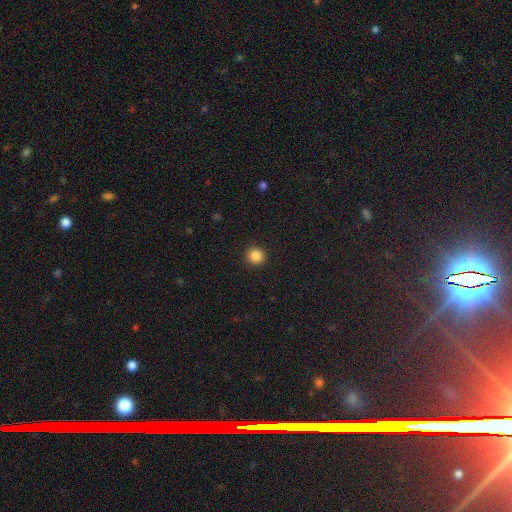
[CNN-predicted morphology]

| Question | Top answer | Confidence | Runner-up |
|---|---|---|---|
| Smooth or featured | smooth | 86% | star or artifact (10%) |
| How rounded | round | 94% | in between (5%) |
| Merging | none | 93% | minor disturbance (5%) |